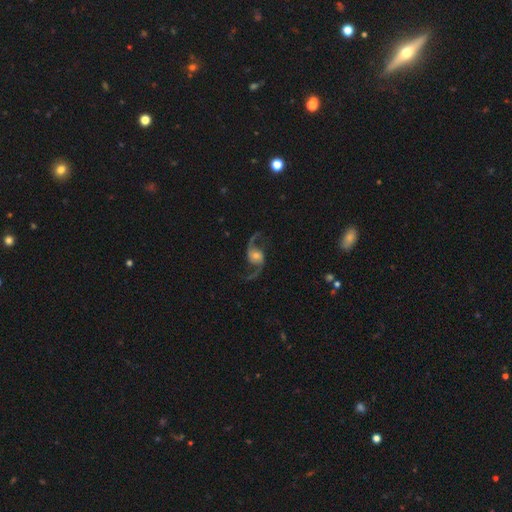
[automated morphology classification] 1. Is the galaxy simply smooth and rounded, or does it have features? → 90% featured or disk, 5% star or artifact, 5% smooth.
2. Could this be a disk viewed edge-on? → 97% no, 3% yes.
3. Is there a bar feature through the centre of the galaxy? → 57% no, 31% weak, 12% strong.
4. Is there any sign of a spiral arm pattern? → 97% yes, 3% no.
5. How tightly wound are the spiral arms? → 78% loose, 18% medium, 3% tight.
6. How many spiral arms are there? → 94% 2, 1% 1, 1% can't tell, 1% 3, 1% 4, 1% more than 4.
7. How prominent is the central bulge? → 45% moderate, 40% small, 9% large, 4% none, 2% dominant.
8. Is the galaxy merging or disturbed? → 78% none, 12% minor disturbance, 8% major disturbance, 2% merger.